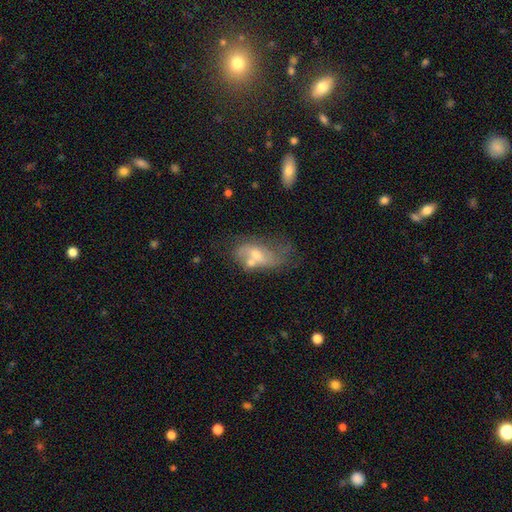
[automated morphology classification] This is possibly a featured or disk galaxy (56%). It is clearly not viewed edge-on (92%). Bar: likely no (61%). Spiral arm pattern: possibly yes (57%). Central bulge: possibly moderate (50%). Merging: marginally none (29%).